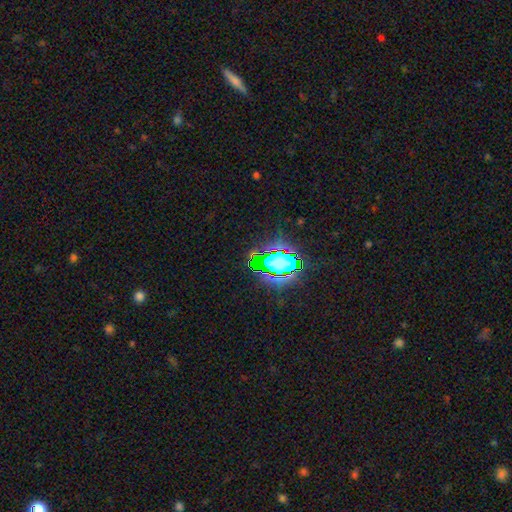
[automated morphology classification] Smooth or featured? star or artifact (69%)